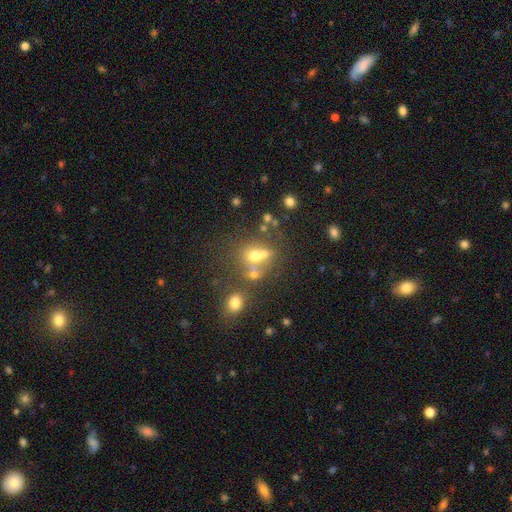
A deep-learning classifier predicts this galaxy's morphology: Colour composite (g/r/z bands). It shows a smooth galaxy with no disk features (58%) that is round (62%). Merging: merger (44%).